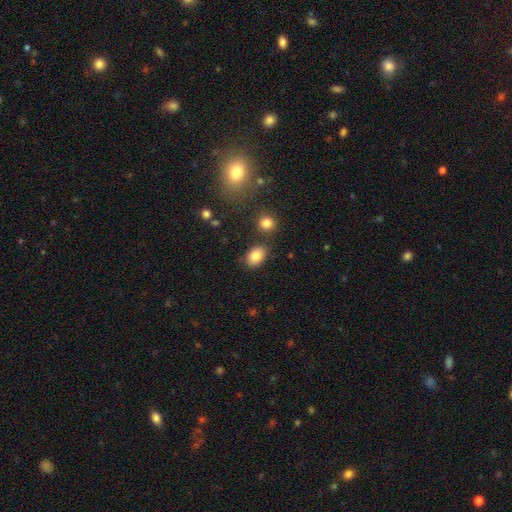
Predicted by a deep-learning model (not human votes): Smooth or featured?
  - smooth: 85% *
  - star or artifact: 8%
  - featured or disk: 6%
How rounded?
  - in between: 83% *
  - round: 16%
  - cigar-shaped: 1%
Merging?
  - none: 79% *
  - minor disturbance: 12%
  - merger: 6%
  - major disturbance: 3%